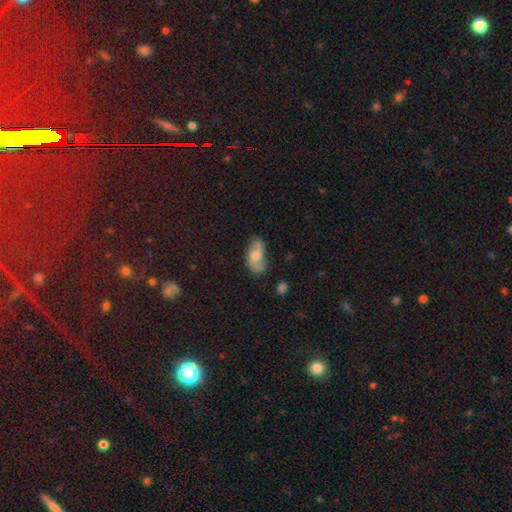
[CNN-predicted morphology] A featured or disk galaxy (53%).

Vote fractions:
- Smooth or featured? featured or disk: 53% / smooth: 38% / star or artifact: 8%
- Edge-on disk? no: 93% / yes: 7%
- Merging? none: 65% / minor disturbance: 24% / major disturbance: 9% / merger: 3%